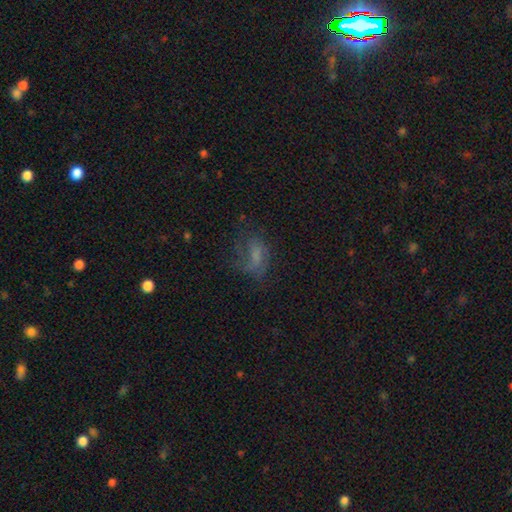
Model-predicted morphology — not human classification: Overall: smooth (41%, tied with featured or disk). Merging: none (42%; major disturbance 33%).